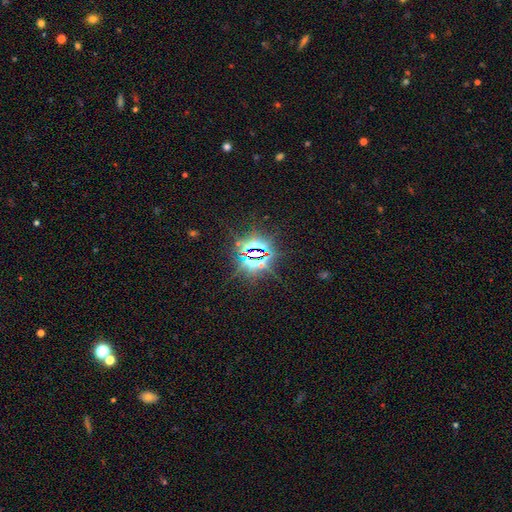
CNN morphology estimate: Smooth or featured? Predicted: star or artifact (p=0.85).